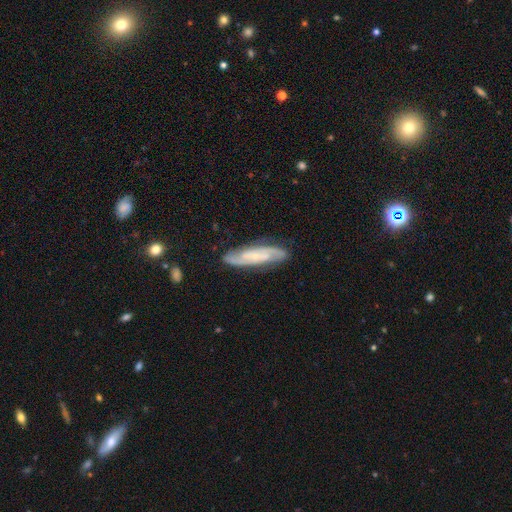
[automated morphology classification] A featured or disk galaxy (78%) with no bar (52%), 2 (65%) medium (44%) spiral arms (95%) and a small central bulge (67%).

Vote fractions:
- Smooth or featured? featured or disk: 78% / smooth: 16% / star or artifact: 6%
- Edge-on disk? no: 82% / yes: 18%
- Bar? no: 52% / weak: 34% / strong: 14%
- Spiral arms? yes: 95% / no: 5%
- Spiral winding? medium: 44% / tight: 40% / loose: 16%
- Spiral arm count? 2: 65% / can't tell: 16% / 3: 11% / 4: 3% / 1: 3% / more than 4: 2%
- Bulge size? small: 67% / moderate: 17% / none: 13% / large: 2% / dominant: 1%
- Merging? none: 82% / minor disturbance: 14% / major disturbance: 3% / merger: 2%